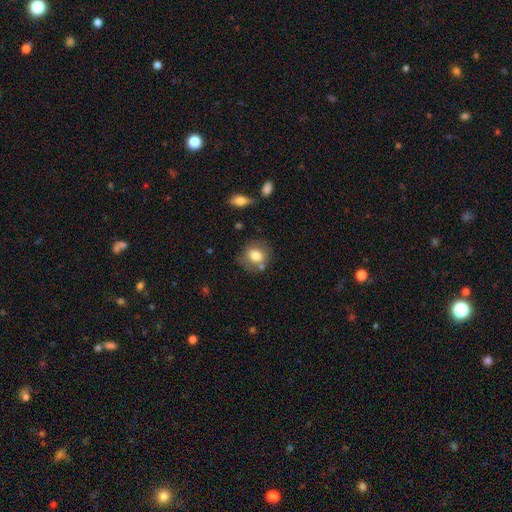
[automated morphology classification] This appears to be a smooth galaxy with no disk features (75%) that is round (66%). Merging: none (68%).